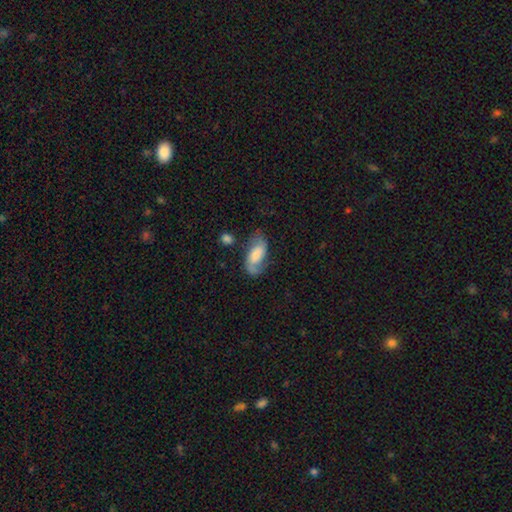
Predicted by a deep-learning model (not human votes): Smooth or featured: featured or disk — 51% (smooth — 42%)
Edge-on disk: no — 94% (yes — 6%)
Merging: none — 57% (minor disturbance — 25%)